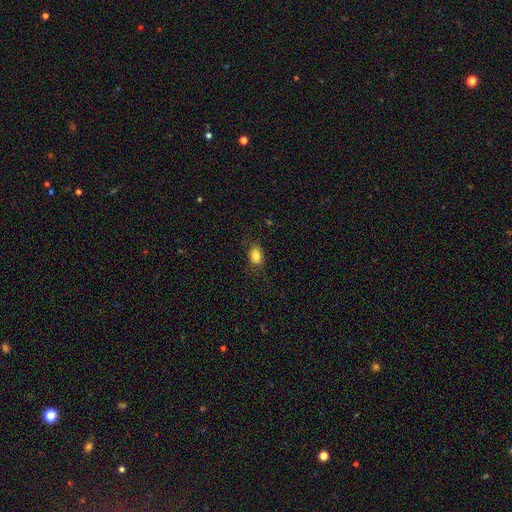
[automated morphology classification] type=smooth (85%); roundness=in between (67%); merging=none (76%).